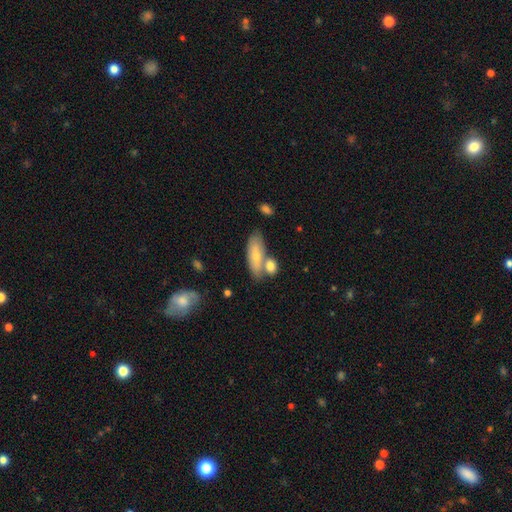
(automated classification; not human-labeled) This appears to be a smooth galaxy with no disk features (66%) that is in between round and cigar-shaped (70%). Merging: none (49%).